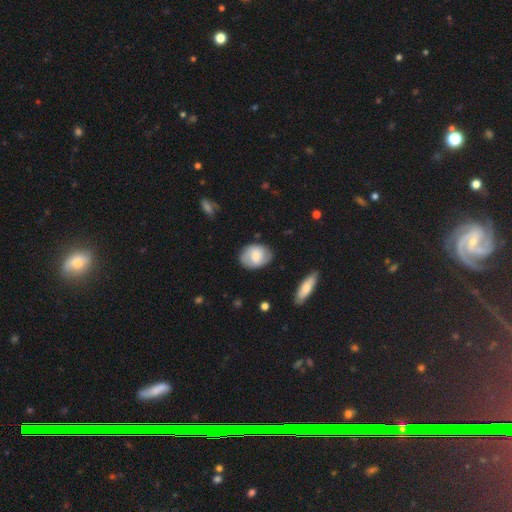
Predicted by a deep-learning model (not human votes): Overall: smooth (54%; featured or disk 39%). How rounded: in between (61%; round 38%). Merging: none (79%).